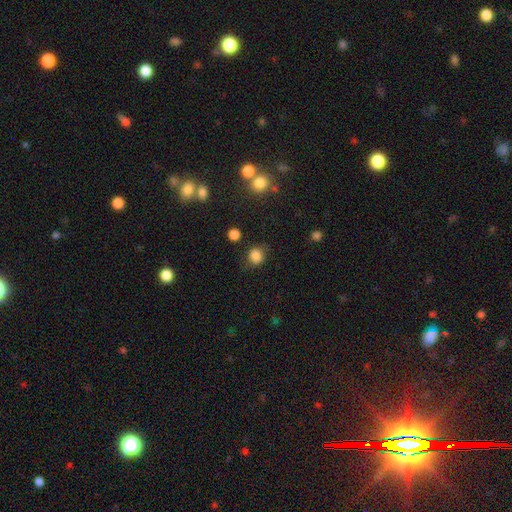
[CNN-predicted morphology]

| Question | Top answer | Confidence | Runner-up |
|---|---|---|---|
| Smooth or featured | smooth | 84% | star or artifact (12%) |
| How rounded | round | 78% | in between (21%) |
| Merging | none | 76% | minor disturbance (16%) |